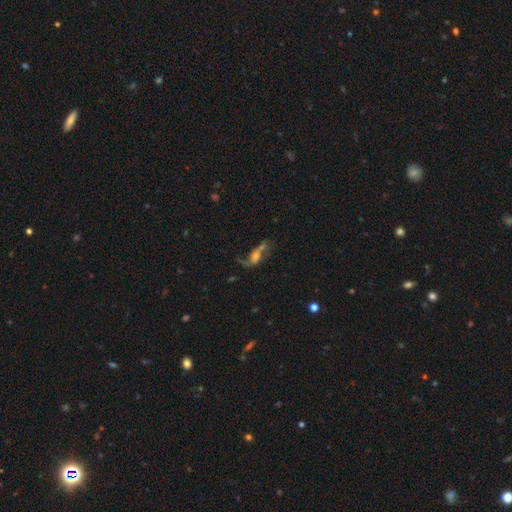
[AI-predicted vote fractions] A featured or disk galaxy (65%) with no bar (60%), spiral arms (78%) and a moderate central bulge (44%).

Vote fractions:
- Smooth or featured? featured or disk: 65% / smooth: 21% / star or artifact: 13%
- Edge-on disk? no: 85% / yes: 15%
- Bar? no: 60% / weak: 28% / strong: 12%
- Spiral arms? yes: 78% / no: 22%
- Bulge size? moderate: 44% / small: 34% / large: 10% / none: 9% / dominant: 3%
- Merging? none: 43% / major disturbance: 22% / merger: 18% / minor disturbance: 17%